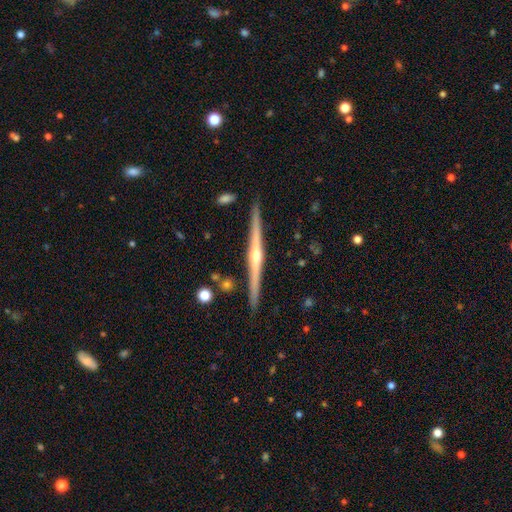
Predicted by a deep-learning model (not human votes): smooth-or-featured: featured or disk: 86% | smooth: 10% | star or artifact: 5%
  disk-edge-on: yes: 99% | no: 1%
    edge-on-bulge: rounded: 88% | none: 7% | boxy: 4%
  merging: none: 91% | minor disturbance: 6% | merger: 2% | major disturbance: 1%